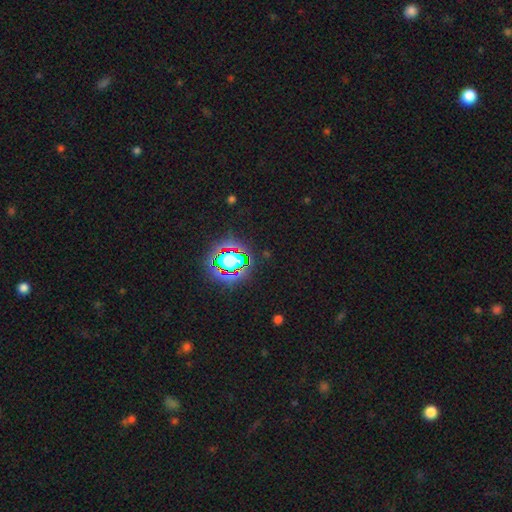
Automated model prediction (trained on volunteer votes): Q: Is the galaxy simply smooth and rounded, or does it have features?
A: star or artifact — 80%.